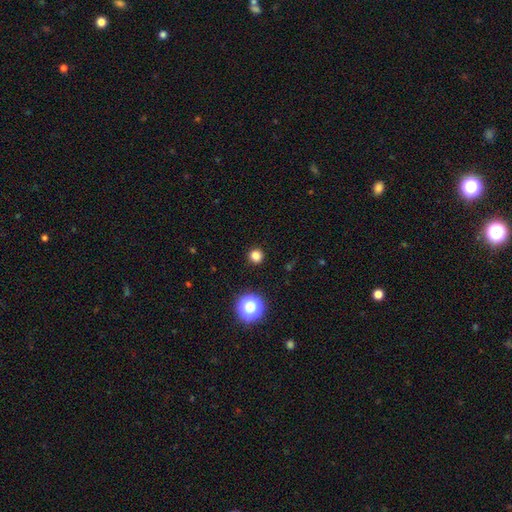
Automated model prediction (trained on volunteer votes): This appears to be a smooth galaxy with no disk features (80%) that is round (93%). Merging: none (91%).